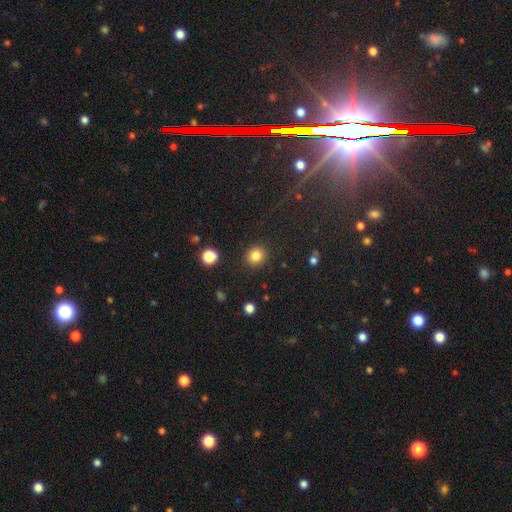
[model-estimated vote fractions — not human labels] Smooth or featured? Predicted: smooth (p=0.83). How rounded? Predicted: round (p=0.84). Merging? Predicted: none (p=0.90).